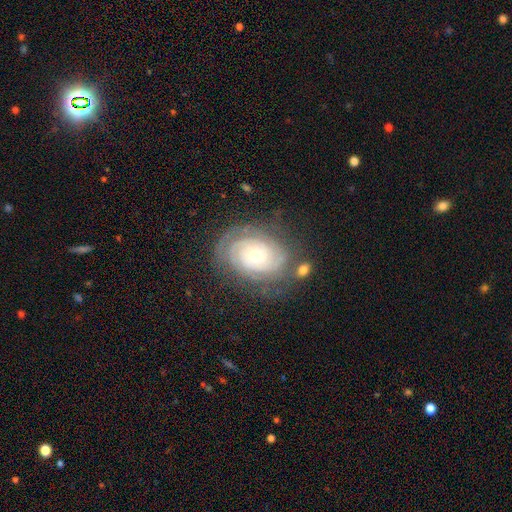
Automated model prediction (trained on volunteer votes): featured or disk 83%, smooth 11%, star or artifact 6%. Down the decision tree: edge-on disk — no (97%); bar — no (79%); spiral arms — yes (95%); spiral arm count — can't tell (35%); spiral winding — tight (80%); bulge size — moderate (53%); merging — none (73%).